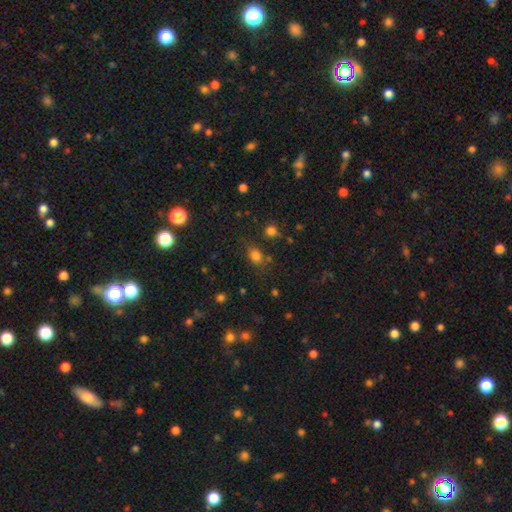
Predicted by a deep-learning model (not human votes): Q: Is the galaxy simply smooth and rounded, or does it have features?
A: smooth — 77%.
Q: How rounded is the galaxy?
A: in between — 53%.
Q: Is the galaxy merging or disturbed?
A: none — 70%.